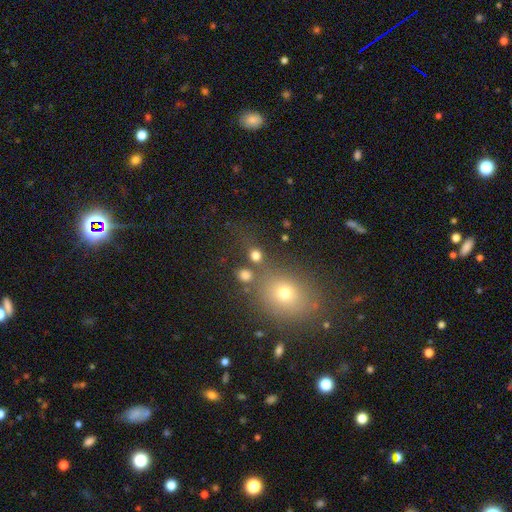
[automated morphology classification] type=smooth (74%); roundness=round (76%); merging=none (70%).